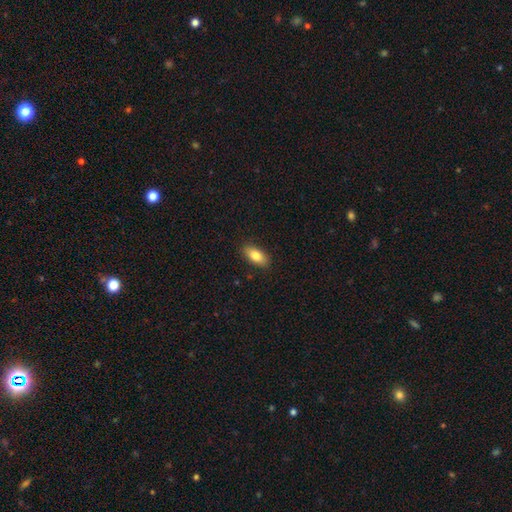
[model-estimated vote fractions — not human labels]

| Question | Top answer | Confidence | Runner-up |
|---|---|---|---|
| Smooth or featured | smooth | 81% | featured or disk (12%) |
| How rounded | in between | 87% | cigar-shaped (9%) |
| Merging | none | 88% | minor disturbance (9%) |